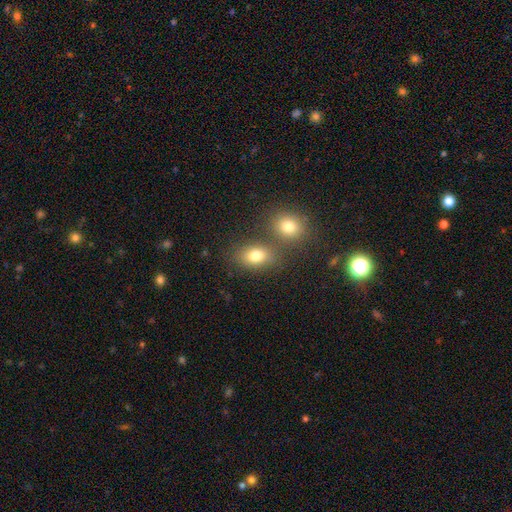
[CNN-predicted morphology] Q: Smooth or featured?
A: smooth (79%); runner-up: star or artifact (12%)
Q: How rounded?
A: in between (71%); runner-up: round (28%)
Q: Merging?
A: none (62%); runner-up: merger (24%)